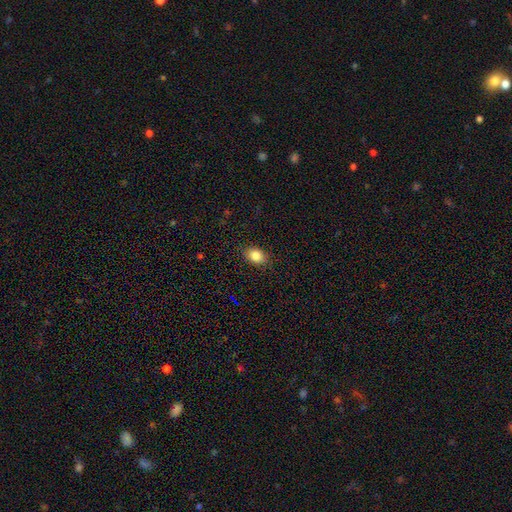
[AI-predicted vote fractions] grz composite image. It shows a smooth galaxy with no disk features (84%) that is in between round and cigar-shaped (63%). Merging: none (86%).